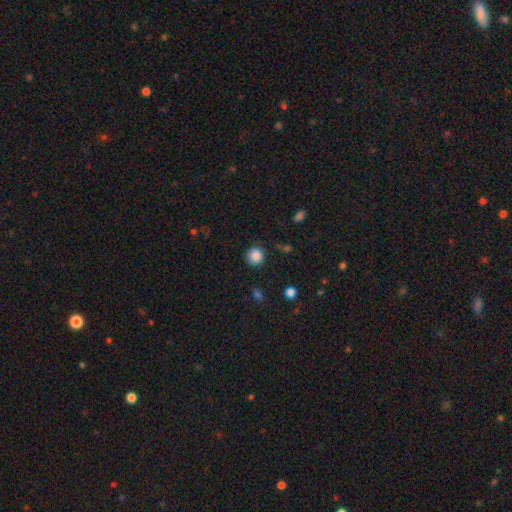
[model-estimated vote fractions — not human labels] smooth 86%, star or artifact 10%, featured or disk 4%. Down the decision tree: how rounded — round (91%); merging — none (87%).